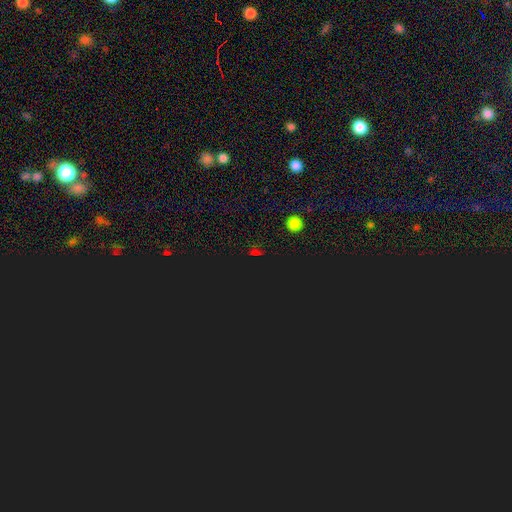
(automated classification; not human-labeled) Smooth or featured?
  - star or artifact: 76% *
  - smooth: 17%
  - featured or disk: 7%